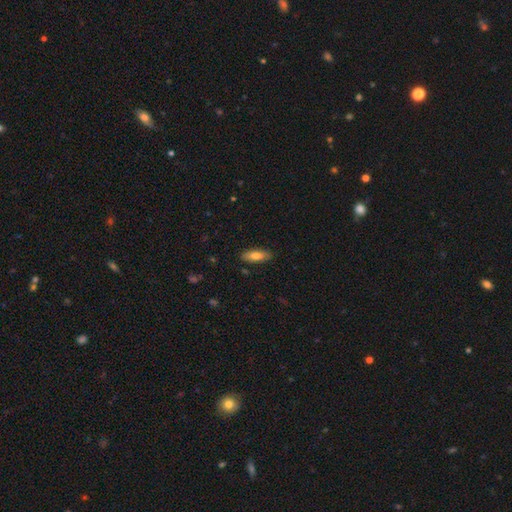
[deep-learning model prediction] This appears to be a smooth galaxy with no disk features (75%) that is in between round and cigar-shaped (63%). Merging: none (87%).